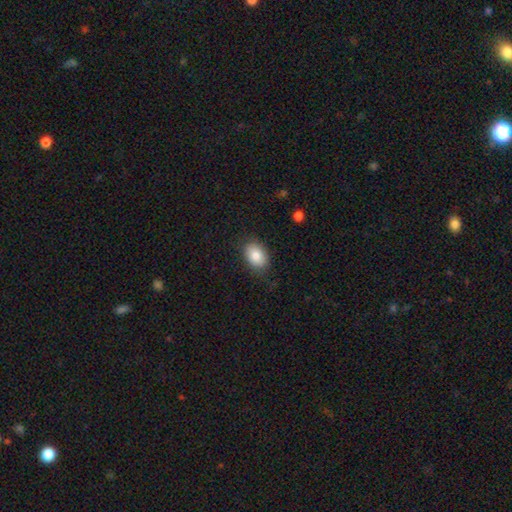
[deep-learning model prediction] A smooth galaxy with no disk features (85%) that is in between round and cigar-shaped (83%). Merging: none (84%).